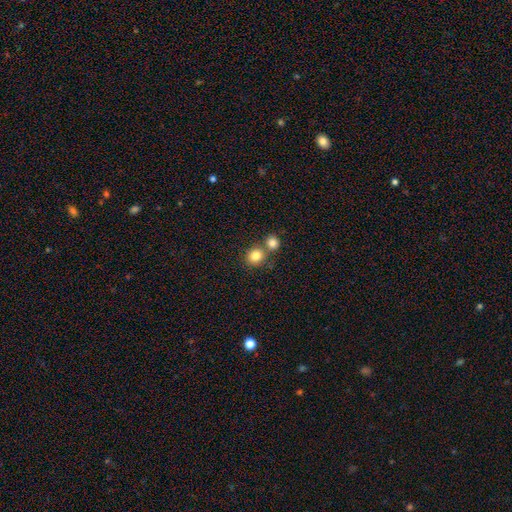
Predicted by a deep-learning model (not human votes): A smooth galaxy with no disk features (83%) that is round (85%). Merging: none (59%).